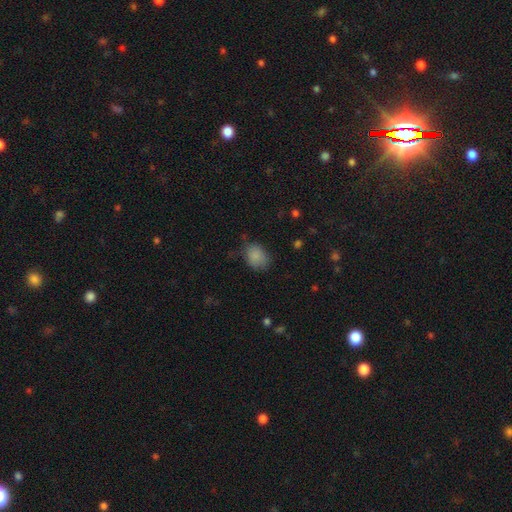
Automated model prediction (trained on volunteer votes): Overall: smooth (85%). How rounded: in between (60%; round 39%). Merging: none (68%).